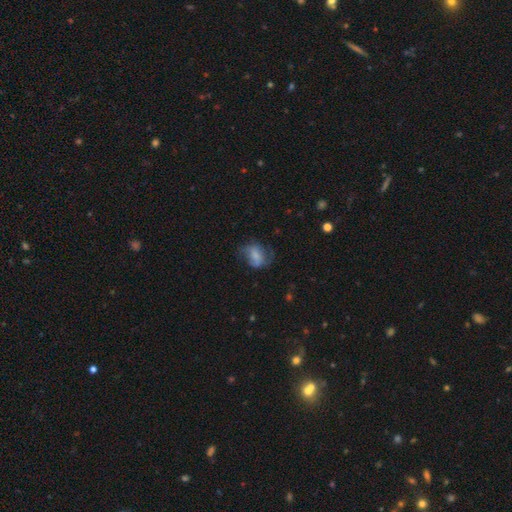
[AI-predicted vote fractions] Morphology: type=smooth (57%); roundness=in between (64%); merging=none (41%).